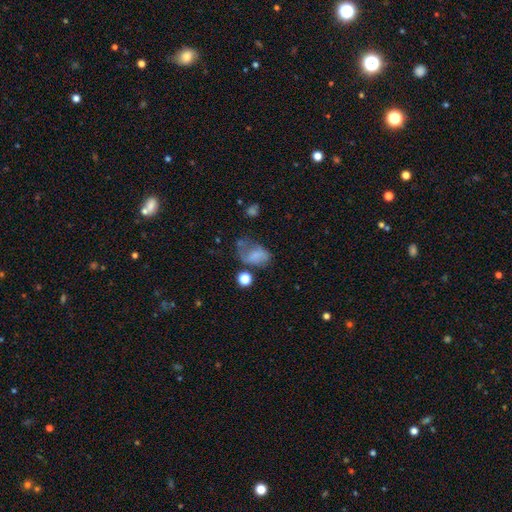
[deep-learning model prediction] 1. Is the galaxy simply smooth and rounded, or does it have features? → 62% smooth, 23% featured or disk, 14% star or artifact.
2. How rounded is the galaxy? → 79% in between, 19% round, 2% cigar-shaped.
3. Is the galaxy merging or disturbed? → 33% major disturbance, 29% none, 27% minor disturbance, 11% merger.